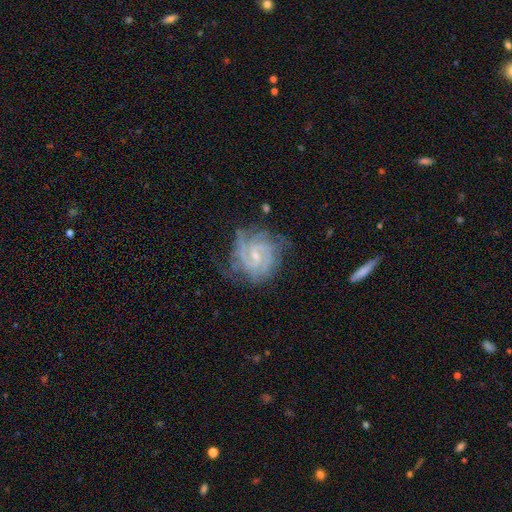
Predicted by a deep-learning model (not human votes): Q: Smooth or featured?
A: featured or disk (88%); runner-up: star or artifact (6%)
Q: Edge-on disk?
A: no (98%); runner-up: yes (2%)
Q: Bar?
A: weak (53%); runner-up: no (33%)
Q: Spiral arms?
A: yes (97%); runner-up: no (3%)
Q: Spiral winding?
A: tight (66%); runner-up: medium (29%)
Q: Spiral arm count?
A: 2 (37%); runner-up: 3 (21%)
Q: Bulge size?
A: small (71%); runner-up: moderate (23%)
Q: Merging?
A: none (67%); runner-up: minor disturbance (22%)